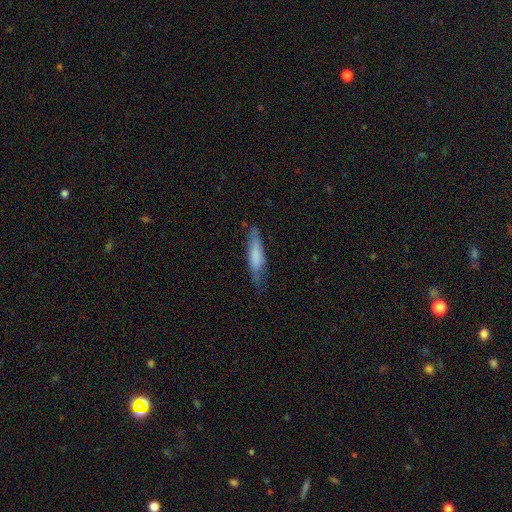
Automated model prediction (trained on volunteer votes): smooth_or_featured: smooth (p=0.72) [alt: featured or disk p=0.22]
how_rounded: cigar-shaped (p=0.77) [alt: in between p=0.22]
merging: none (p=0.68) [alt: minor disturbance p=0.24]